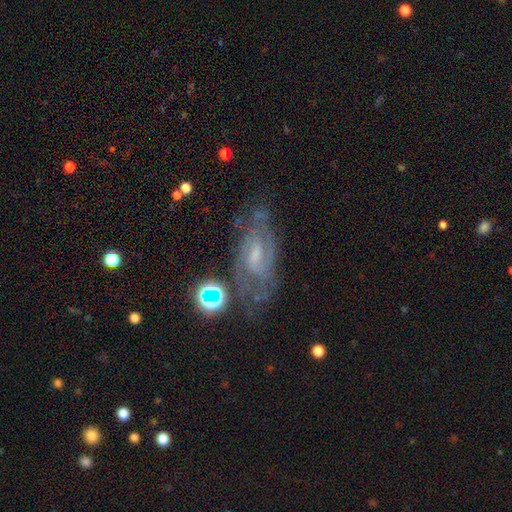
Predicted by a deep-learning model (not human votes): Overall: featured or disk (76%). Edge-on disk: no (92%). Bar: weak (54%; no 31%). Spiral arms: yes (90%). Spiral arm count: 2 (54%; can't tell 29%). Spiral winding: medium (44%; tight 43%). Bulge size: small (46%; moderate 34%). Merging: none (62%).